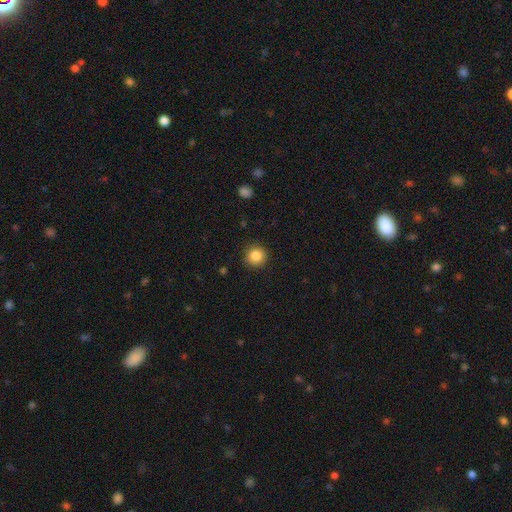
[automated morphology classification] smooth-or-featured: smooth: 86% | star or artifact: 10% | featured or disk: 4%
  how-rounded: round: 93% | in between: 6% | cigar-shaped: 1%
  merging: none: 90% | minor disturbance: 7% | major disturbance: 2% | merger: 1%